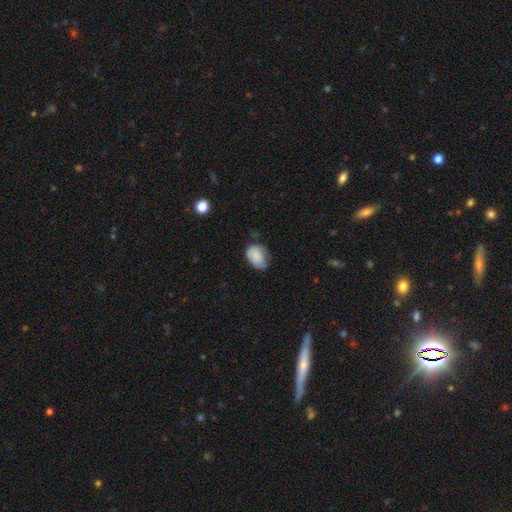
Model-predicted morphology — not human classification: A smooth galaxy with no disk features (82%) that is in between round and cigar-shaped (76%).

Vote fractions:
- Smooth or featured? smooth: 82% / featured or disk: 10% / star or artifact: 8%
- How rounded? in between: 76% / round: 23% / cigar-shaped: 1%
- Merging? none: 46% / minor disturbance: 40% / major disturbance: 12% / merger: 2%